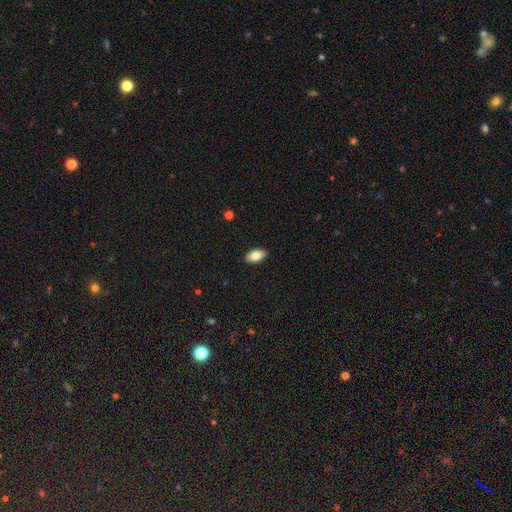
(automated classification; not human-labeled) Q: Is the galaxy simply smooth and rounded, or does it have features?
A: smooth — 82%.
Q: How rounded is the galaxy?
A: in between — 93%.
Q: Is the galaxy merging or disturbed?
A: none — 90%.